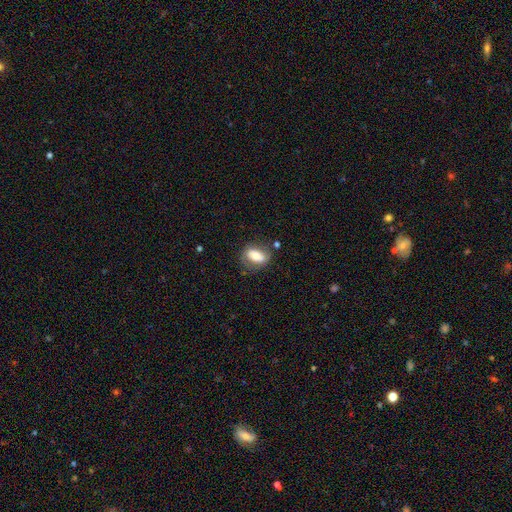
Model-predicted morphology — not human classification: Smooth or featured? Predicted: smooth (p=0.61). How rounded? Predicted: in between (p=0.82). Merging? Predicted: none (p=0.64).